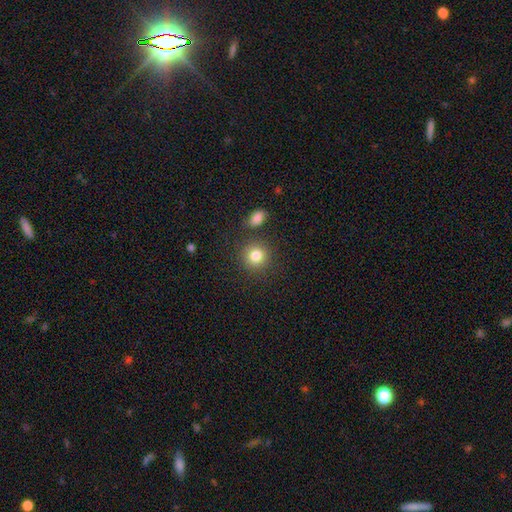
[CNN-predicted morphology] smooth-or-featured: smooth: 84% | star or artifact: 10% | featured or disk: 6%
  how-rounded: round: 88% | in between: 11% | cigar-shaped: 1%
  merging: none: 83% | minor disturbance: 8% | merger: 6% | major disturbance: 3%